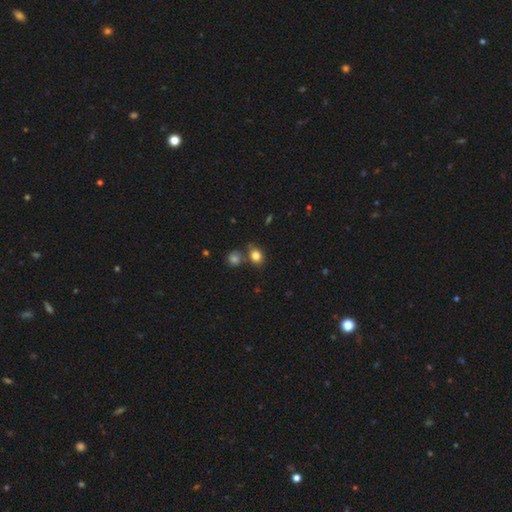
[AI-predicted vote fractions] Smooth or featured? smooth (81%)
How rounded? round (54%)
Merging? none (66%)